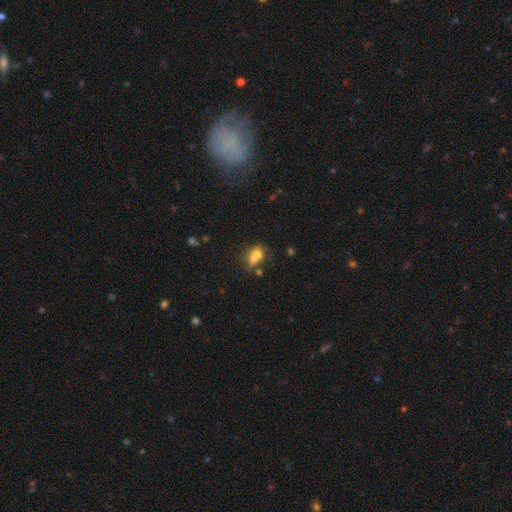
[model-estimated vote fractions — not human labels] Q: Smooth or featured?
A: smooth (71%); runner-up: featured or disk (16%)
Q: How rounded?
A: in between (73%); runner-up: round (21%)
Q: Merging?
A: none (35%); runner-up: merger (33%)